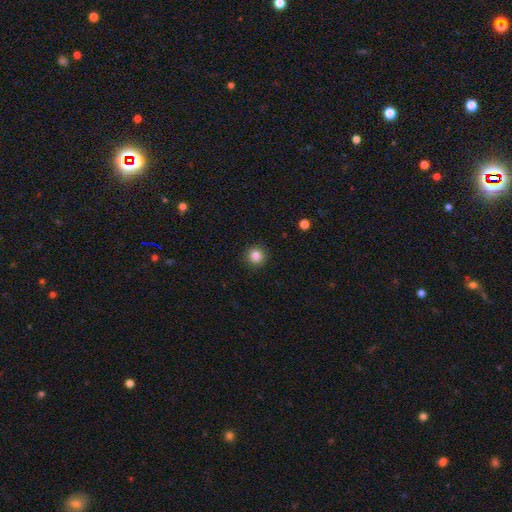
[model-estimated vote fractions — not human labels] Smooth or featured? Predicted: smooth (p=0.85). How rounded? Predicted: round (p=0.94). Merging? Predicted: none (p=0.91).